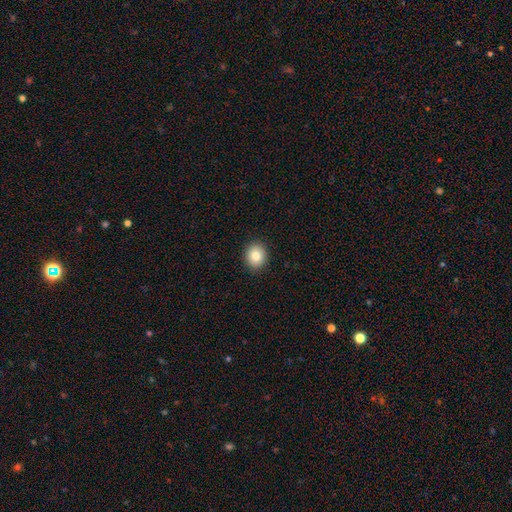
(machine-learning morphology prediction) The model was most divided on "how rounded": round: 79%, in between: 20%, cigar-shaped: 1%. More confident: merging — none (92%); smooth or featured — smooth (82%).